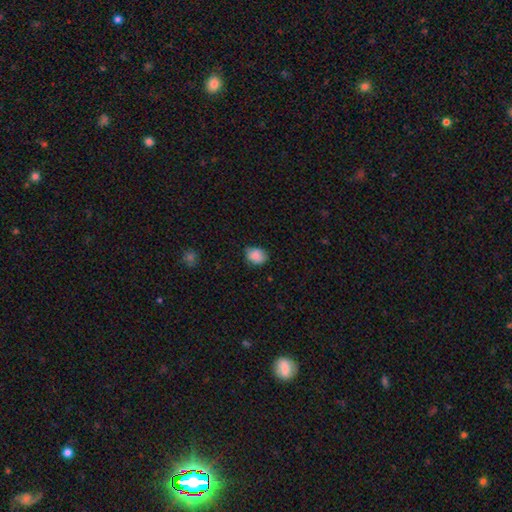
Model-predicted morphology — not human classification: type=smooth (86%); roundness=in between (56%); merging=none (67%).